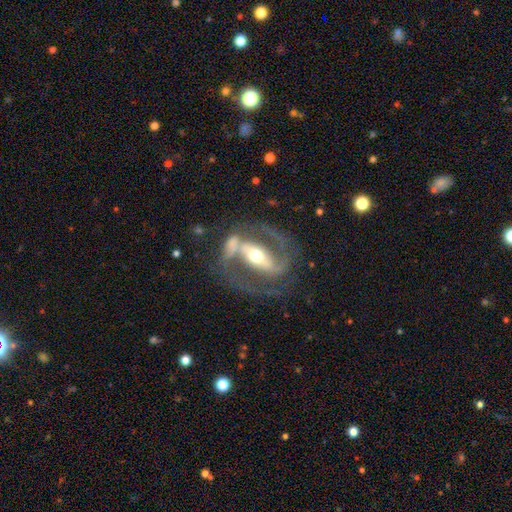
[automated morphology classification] smooth-or-featured: featured or disk: 90% | smooth: 6% | star or artifact: 5%
  disk-edge-on: no: 94% | yes: 6%
    bar: strong: 68% | weak: 18% | no: 14%
    has-spiral-arms: yes: 93% | no: 7%
      spiral-winding: medium: 55% | tight: 29% | loose: 16%
      spiral-arm-count: 2: 91% | can't tell: 3% | 1: 3% | 3: 1% | 4: 1% | more than 4: 1%
    bulge-size: moderate: 62% | small: 29% | large: 6% | dominant: 1% | none: 1%
  merging: none: 70% | minor disturbance: 13% | major disturbance: 10% | merger: 7%